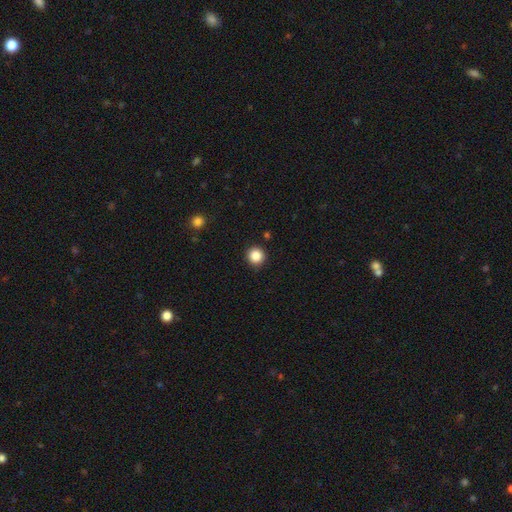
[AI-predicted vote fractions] This appears to be a smooth galaxy with no disk features (86%) that is round (95%). Merging: none (92%).